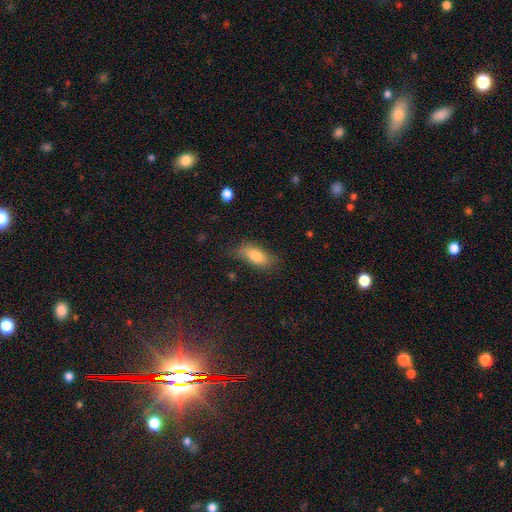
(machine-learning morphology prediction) type=smooth (78%); roundness=in between (79%); merging=none (73%).